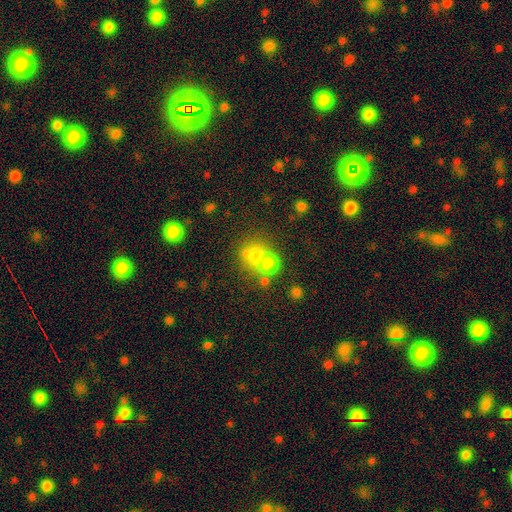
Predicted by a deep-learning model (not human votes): Smooth or featured: smooth — 69% (star or artifact — 16%)
How rounded: round — 76% (in between — 23%)
Merging: merger — 51% (none — 37%)